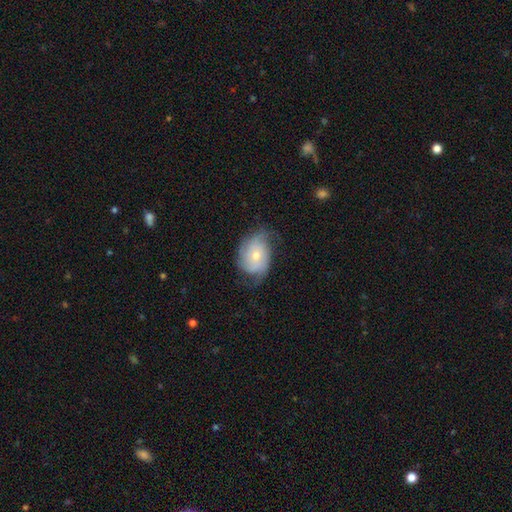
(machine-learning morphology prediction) This is likely a featured or disk galaxy (62%). It is clearly not viewed edge-on (96%). Bar: likely no (79%). Spiral arm pattern: clearly yes (85%). Spiral arm count: possibly 2 (47%). Spiral winding: marginally medium (38%). Central bulge: possibly small (49%). Merging: possibly none (54%).